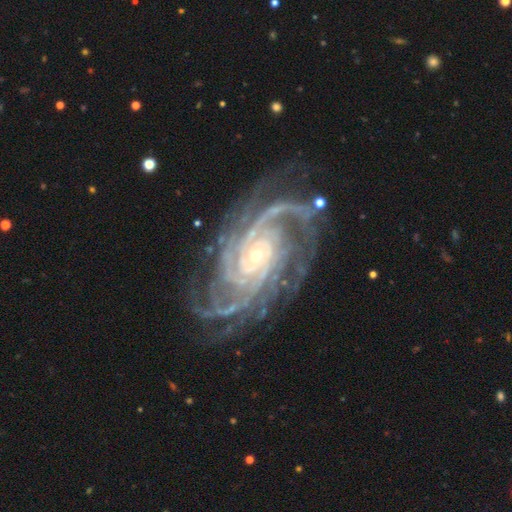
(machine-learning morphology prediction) Smooth or featured? featured or disk (93%)
Edge-on disk? no (97%)
Bar? no (66%)
Spiral arms? yes (99%)
Spiral winding? tight (70%)
Spiral arm count? 4 (29%)
Bulge size? small (76%)
Merging? none (73%)